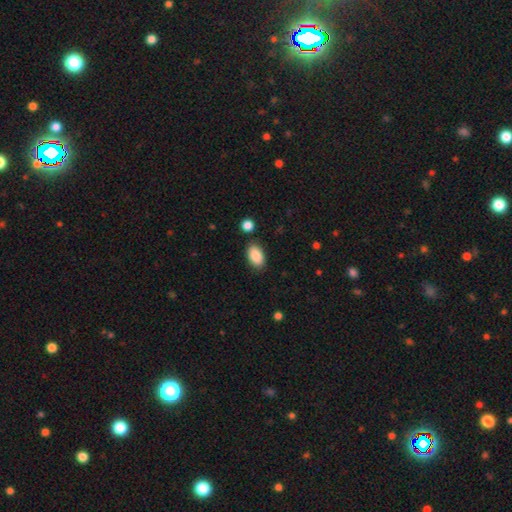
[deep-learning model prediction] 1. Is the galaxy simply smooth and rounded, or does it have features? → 89% smooth, 7% star or artifact, 5% featured or disk.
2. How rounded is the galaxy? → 93% in between, 5% round, 2% cigar-shaped.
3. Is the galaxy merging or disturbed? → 85% none, 10% minor disturbance, 3% merger, 2% major disturbance.